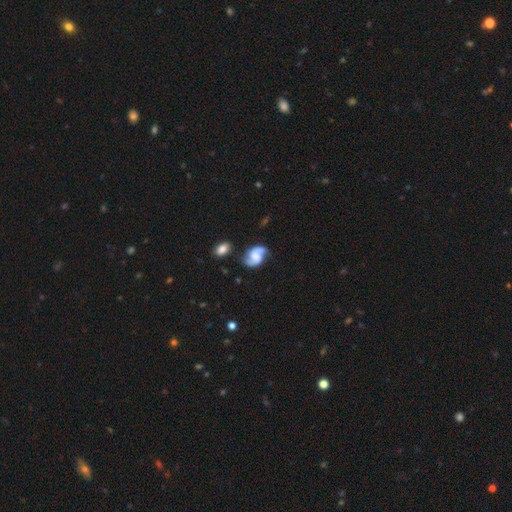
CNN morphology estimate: Smooth or featured? featured or disk (78%)
Edge-on disk? no (98%)
Bar? no (51%)
Spiral arms? yes (95%)
Spiral winding? medium (44%)
Spiral arm count? 2 (91%)
Bulge size? none (40%)
Merging? none (67%)